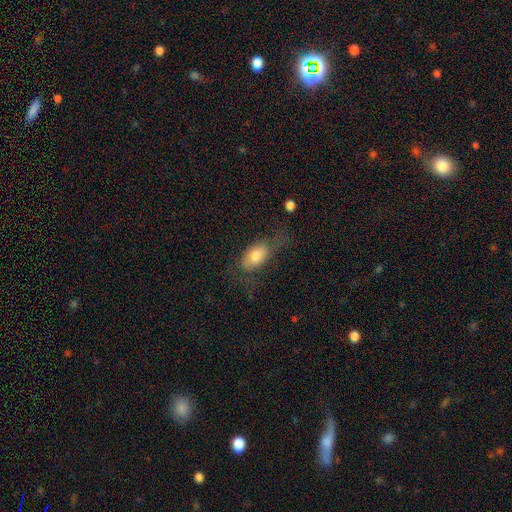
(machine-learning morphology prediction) smooth 72%, featured or disk 21%, star or artifact 8%. Down the decision tree: how rounded — in between (87%); merging — none (49%).